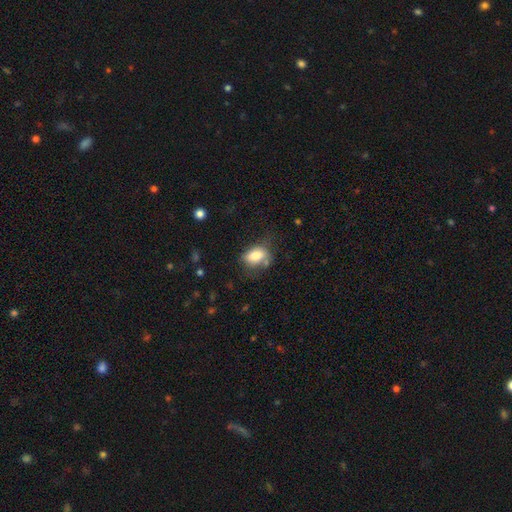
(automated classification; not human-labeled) A smooth galaxy with no disk features (77%) that is in between round and cigar-shaped (80%). Merging: none (54%).